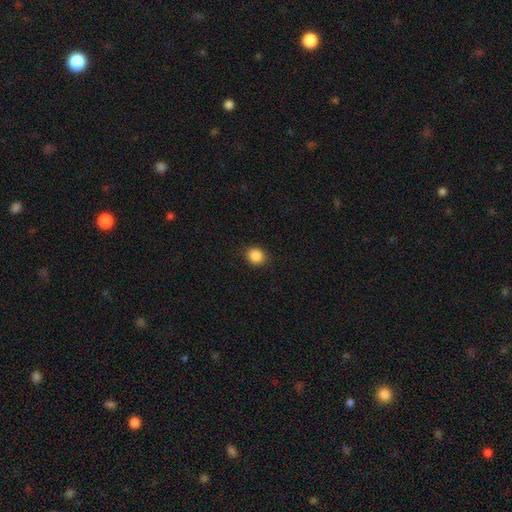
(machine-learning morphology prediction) Q: Smooth or featured?
A: smooth (87%); runner-up: star or artifact (10%)
Q: How rounded?
A: round (79%); runner-up: in between (20%)
Q: Merging?
A: none (90%); runner-up: minor disturbance (7%)